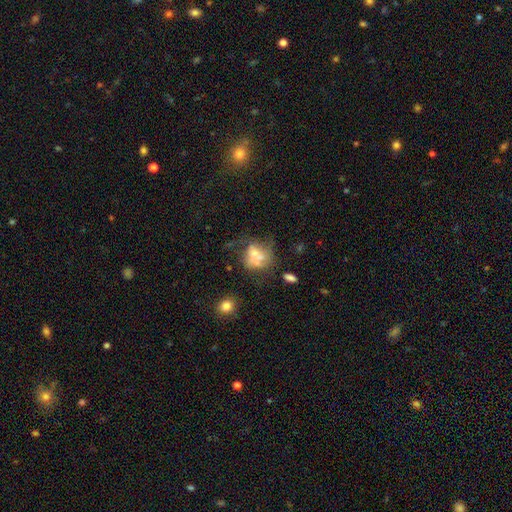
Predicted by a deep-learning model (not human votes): Smooth or featured? Predicted: smooth (p=0.51). How rounded? Predicted: round (p=0.57). Merging? Predicted: none (p=0.29).